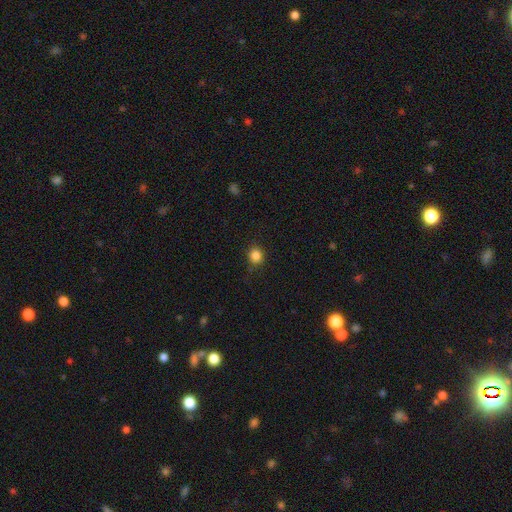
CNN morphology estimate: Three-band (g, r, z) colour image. It shows a smooth galaxy with no disk features (84%) that is round (85%). Merging: none (86%).